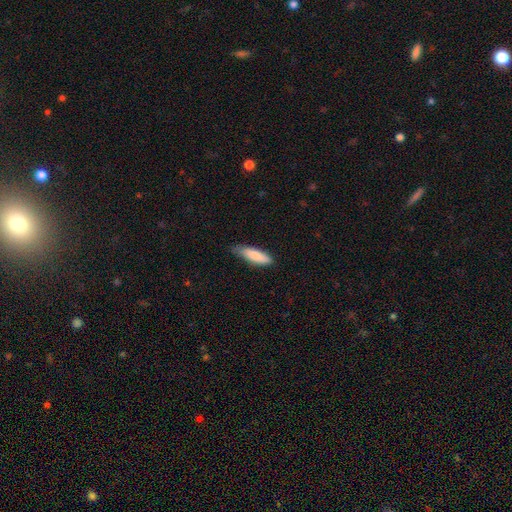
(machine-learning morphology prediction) Smooth or featured?
  - smooth: 83% *
  - featured or disk: 11%
  - star or artifact: 6%
How rounded?
  - cigar-shaped: 50% *
  - in between: 48%
  - round: 2%
Merging?
  - none: 63% *
  - minor disturbance: 31%
  - major disturbance: 4%
  - merger: 1%